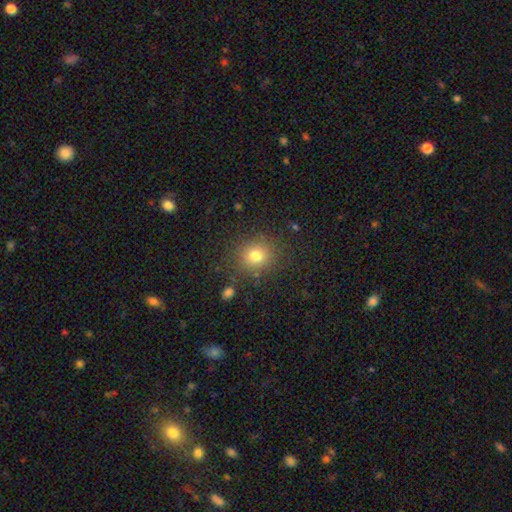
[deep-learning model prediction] This is likely a smooth galaxy (76%). How rounded: clearly round (83%). Merging: clearly none (85%).